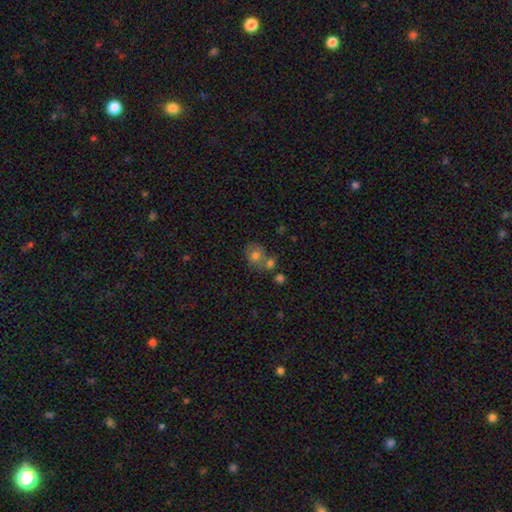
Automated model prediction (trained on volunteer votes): Smooth or featured? smooth (72%)
How rounded? round (61%)
Merging? none (44%)